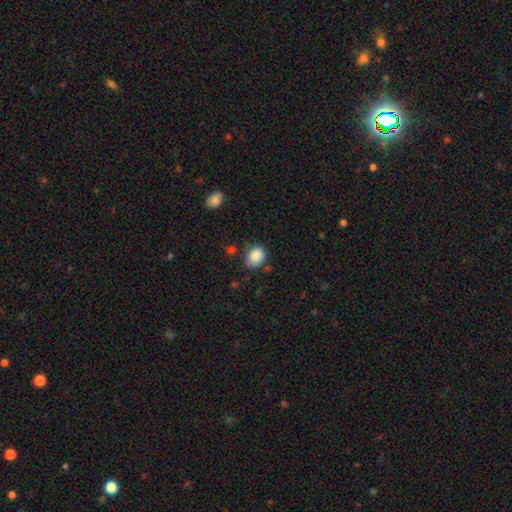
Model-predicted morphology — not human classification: A smooth galaxy with no disk features (86%) that is round (56%). Merging: none (70%).